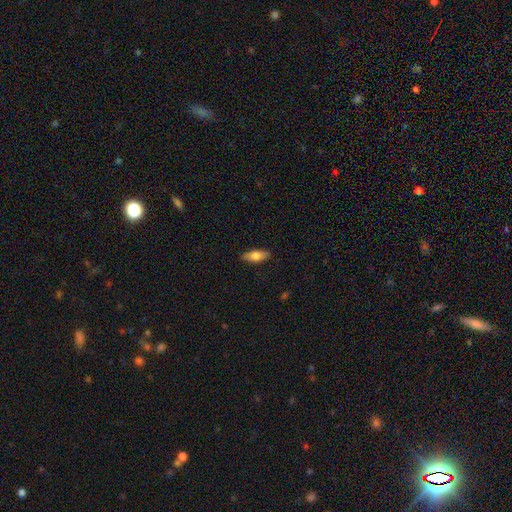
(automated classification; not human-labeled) Smooth or featured? Predicted: smooth (p=0.71). How rounded? Predicted: in between (p=0.72). Merging? Predicted: none (p=0.87).